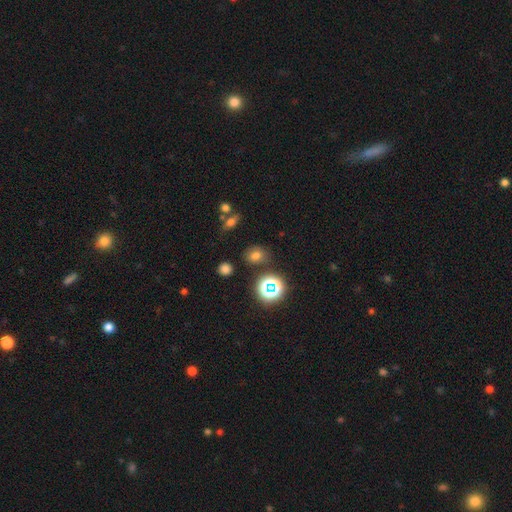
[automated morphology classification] Smooth or featured: smooth — 67% (star or artifact — 25%)
How rounded: in between — 49% (tied with round — 49%)
Merging: none — 79% (minor disturbance — 12%)